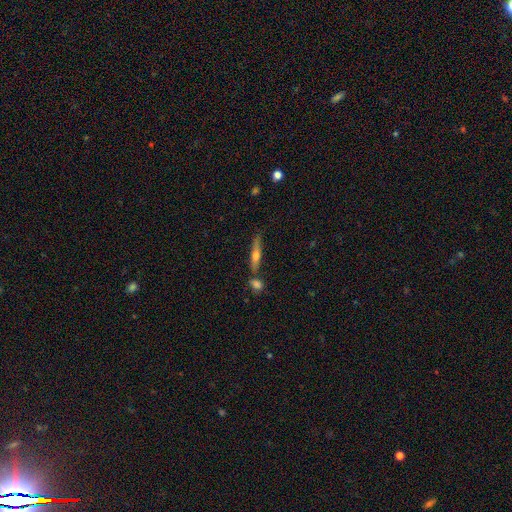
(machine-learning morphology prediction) A featured or disk galaxy (49%).

Vote fractions:
- Smooth or featured? featured or disk: 49% / smooth: 44% / star or artifact: 7%
- Merging? none: 69% / minor disturbance: 14% / merger: 13% / major disturbance: 3%